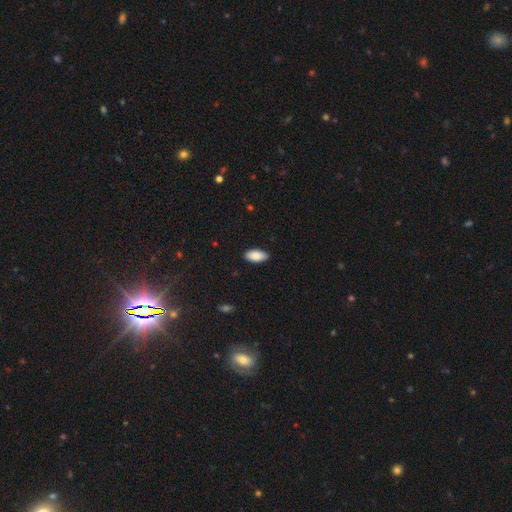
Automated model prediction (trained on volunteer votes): Smooth or featured: smooth — 88% (star or artifact — 6%)
How rounded: in between — 93% (cigar-shaped — 5%)
Merging: none — 88% (minor disturbance — 10%)